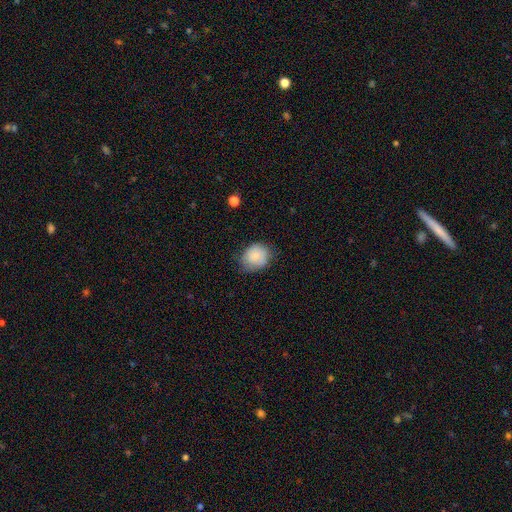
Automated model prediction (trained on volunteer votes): Q: Smooth or featured?
A: smooth (83%); runner-up: featured or disk (10%)
Q: How rounded?
A: round (61%); runner-up: in between (38%)
Q: Merging?
A: none (68%); runner-up: minor disturbance (25%)